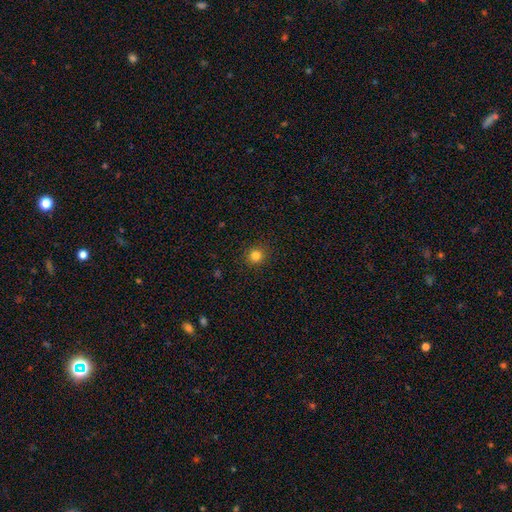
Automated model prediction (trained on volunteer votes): Smooth or featured? Predicted: smooth (p=0.82). How rounded? Predicted: round (p=0.91). Merging? Predicted: none (p=0.91).